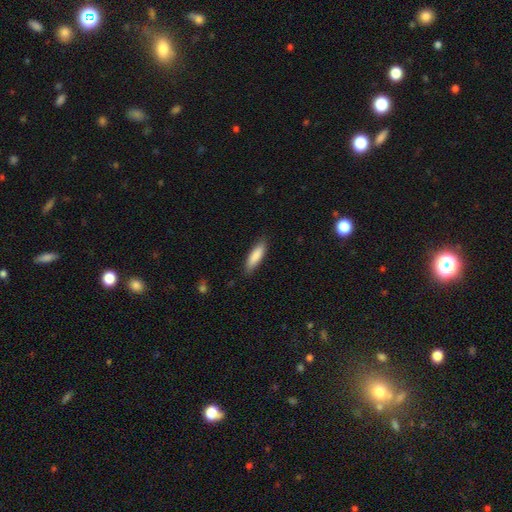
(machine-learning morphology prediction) Smooth or featured: smooth — 86% (featured or disk — 9%)
How rounded: cigar-shaped — 63% (in between — 36%)
Merging: none — 87% (minor disturbance — 10%)